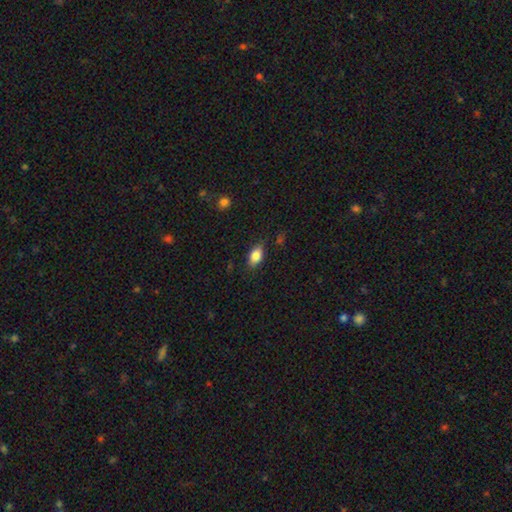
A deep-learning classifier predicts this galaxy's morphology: Smooth or featured?
  - smooth: 82% *
  - featured or disk: 10%
  - star or artifact: 8%
How rounded?
  - in between: 87% *
  - round: 8%
  - cigar-shaped: 5%
Merging?
  - none: 79% *
  - minor disturbance: 16%
  - major disturbance: 3%
  - merger: 2%